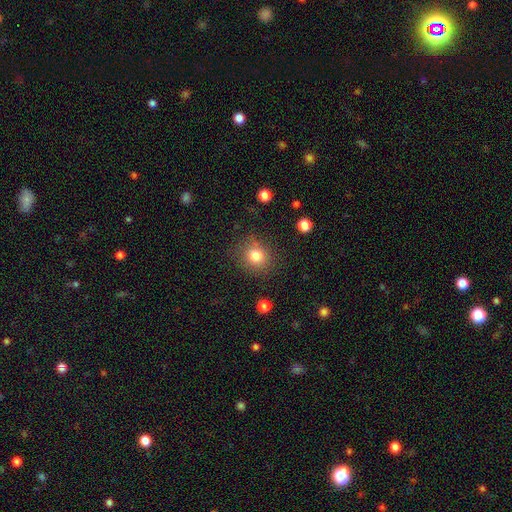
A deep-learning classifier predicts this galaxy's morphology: Q: Smooth or featured?
A: smooth (81%); runner-up: star or artifact (12%)
Q: How rounded?
A: round (83%); runner-up: in between (16%)
Q: Merging?
A: none (83%); runner-up: minor disturbance (11%)